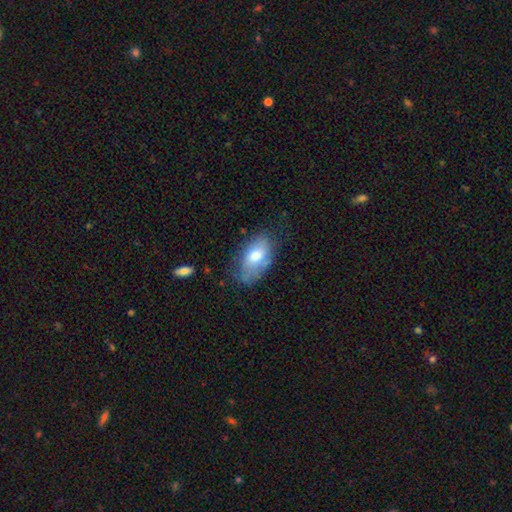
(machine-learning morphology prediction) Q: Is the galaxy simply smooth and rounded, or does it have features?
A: smooth — 70%.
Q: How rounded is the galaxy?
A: in between — 93%.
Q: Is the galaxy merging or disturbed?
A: none — 53%.